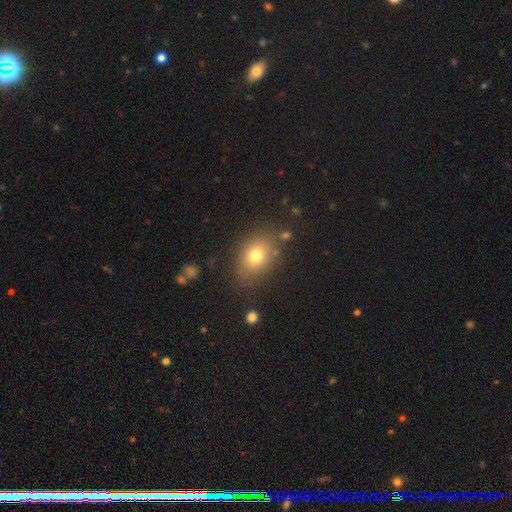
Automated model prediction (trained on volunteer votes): Smooth or featured? smooth (75%)
How rounded? in between (68%)
Merging? none (80%)